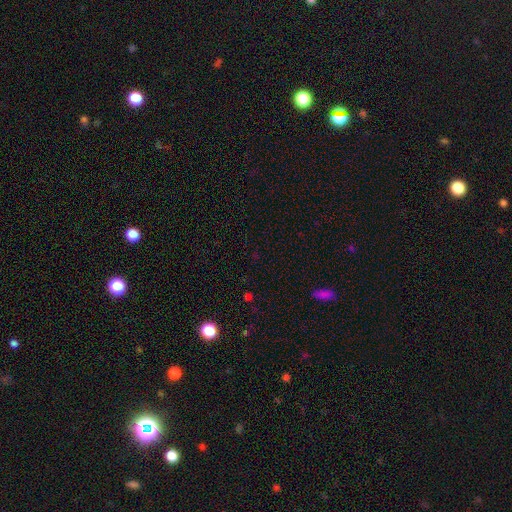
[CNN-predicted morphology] Smooth or featured?
  - star or artifact: 64% *
  - smooth: 28%
  - featured or disk: 7%